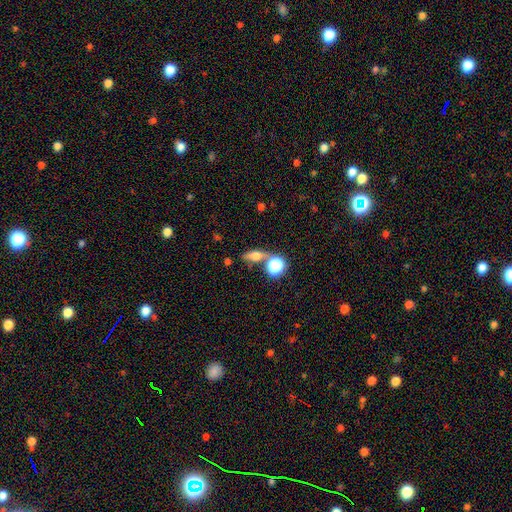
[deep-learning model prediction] Overall: smooth (52%; featured or disk 32%). How rounded: in between (49%; cigar-shaped 29%). Merging: none (63%).